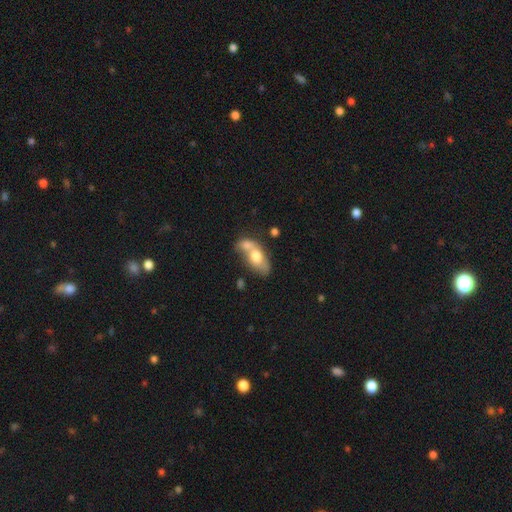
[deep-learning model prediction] Smooth or featured? Predicted: smooth (p=0.63). How rounded? Predicted: in between (p=0.82). Merging? Predicted: merger (p=0.58).